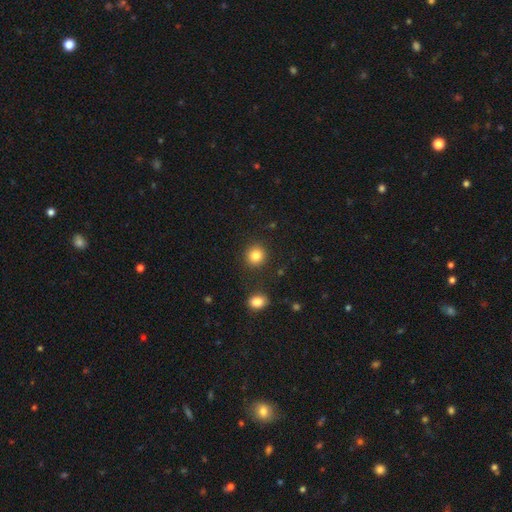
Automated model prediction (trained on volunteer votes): The model was most divided on "smooth or featured": smooth: 84%, star or artifact: 11%, featured or disk: 6%. More confident: how rounded — round (89%); merging — none (89%).